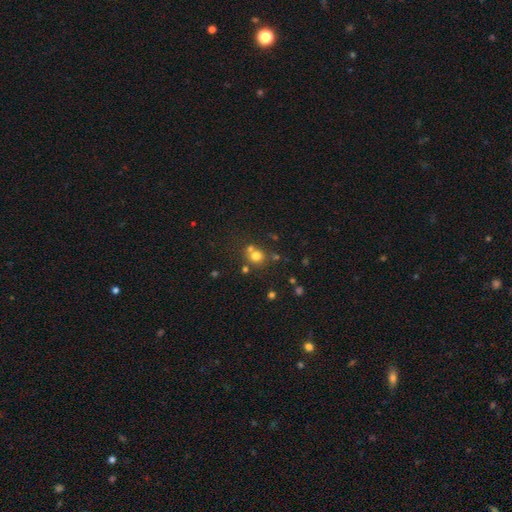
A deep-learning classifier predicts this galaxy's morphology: Q: Smooth or featured?
A: smooth (71%); runner-up: star or artifact (18%)
Q: How rounded?
A: round (84%); runner-up: in between (15%)
Q: Merging?
A: none (57%); runner-up: merger (30%)